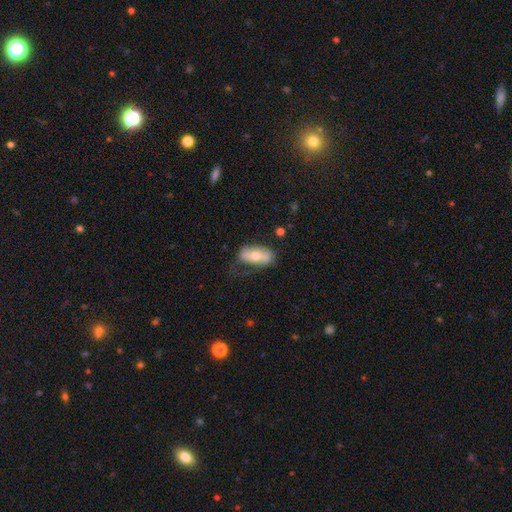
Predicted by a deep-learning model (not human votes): Smooth or featured? Predicted: smooth (p=0.53). How rounded? Predicted: in between (p=0.88). Merging? Predicted: none (p=0.53).